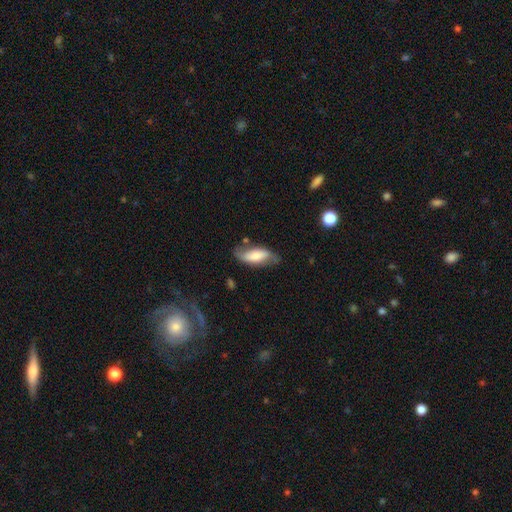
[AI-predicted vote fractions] This is possibly a smooth galaxy (55%). How rounded: likely in between (79%). Merging: likely none (61%).